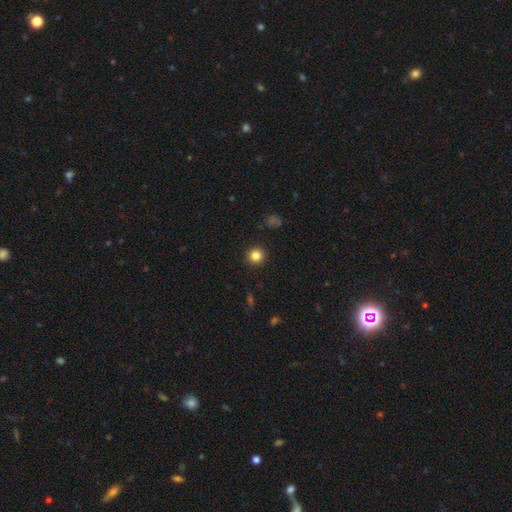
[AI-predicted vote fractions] Q: Smooth or featured?
A: smooth (83%); runner-up: star or artifact (12%)
Q: How rounded?
A: round (94%); runner-up: in between (5%)
Q: Merging?
A: none (93%); runner-up: minor disturbance (5%)